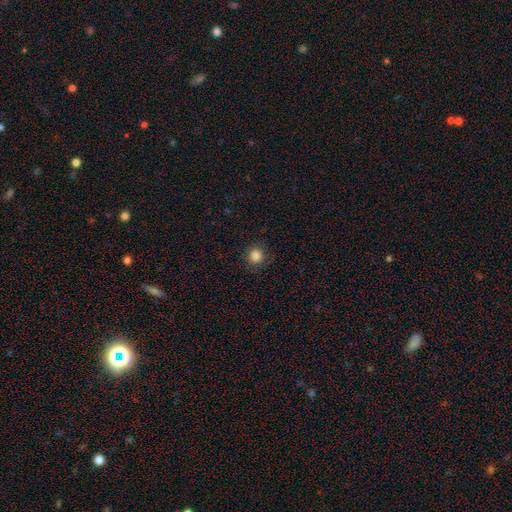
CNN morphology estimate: smooth-or-featured: smooth: 85% | star or artifact: 11% | featured or disk: 4%
  how-rounded: round: 94% | in between: 5% | cigar-shaped: 1%
  merging: none: 89% | minor disturbance: 7% | major disturbance: 3% | merger: 1%